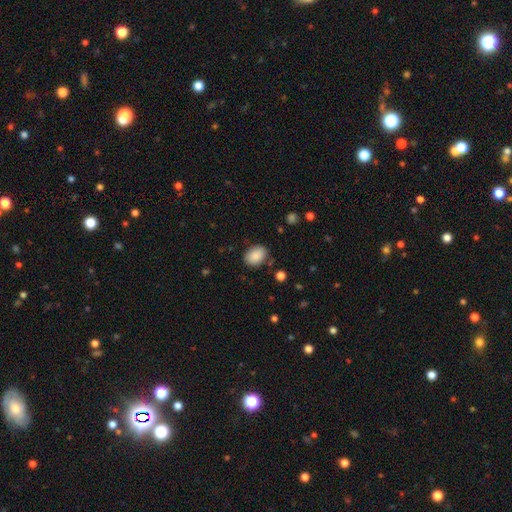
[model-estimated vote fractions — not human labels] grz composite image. It shows a smooth galaxy with no disk features (89%) that is in between round and cigar-shaped (73%). Merging: none (82%).